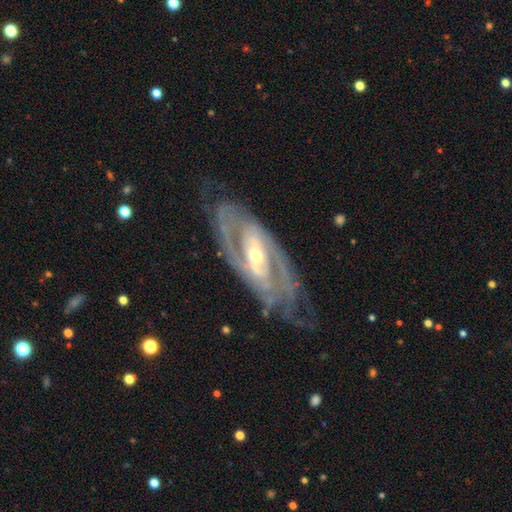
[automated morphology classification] This is clearly a featured or disk galaxy (89%). It is clearly not viewed edge-on (93%). Bar: marginally strong (37%). Spiral arm pattern: clearly yes (93%). Spiral arm count: likely 2 (66%). Spiral winding: possibly tight (52%). Central bulge: possibly moderate (57%). Merging: likely none (69%).